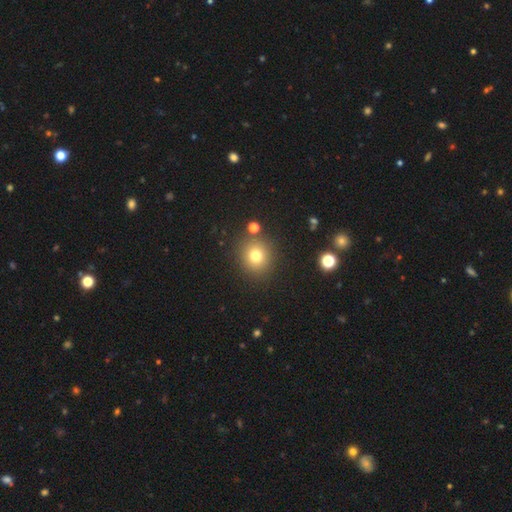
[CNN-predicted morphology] Smooth or featured? smooth (76%)
How rounded? round (88%)
Merging? none (85%)